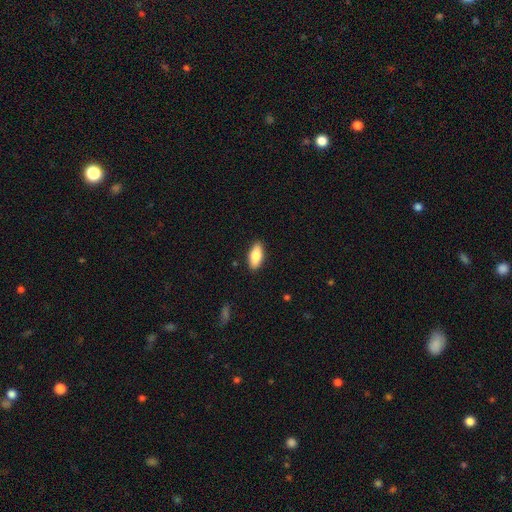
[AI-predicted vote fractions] Smooth or featured: smooth — 85% (featured or disk — 9%)
How rounded: in between — 85% (cigar-shaped — 13%)
Merging: none — 88% (minor disturbance — 9%)